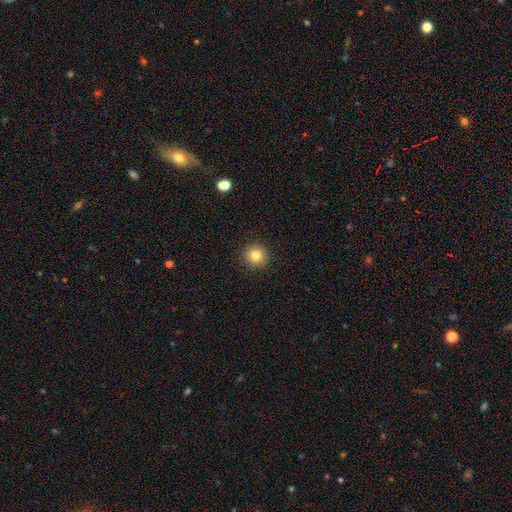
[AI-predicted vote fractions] Smooth or featured? Predicted: smooth (p=0.82). How rounded? Predicted: round (p=0.94). Merging? Predicted: none (p=0.92).